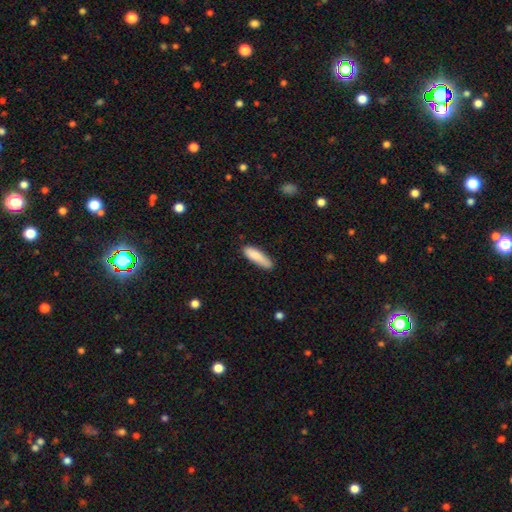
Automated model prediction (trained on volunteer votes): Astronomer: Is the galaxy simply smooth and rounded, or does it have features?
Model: smooth — 85%.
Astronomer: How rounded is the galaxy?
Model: cigar-shaped — 57% (runner-up: in between, 41%).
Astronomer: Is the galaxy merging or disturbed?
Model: none — 73%.